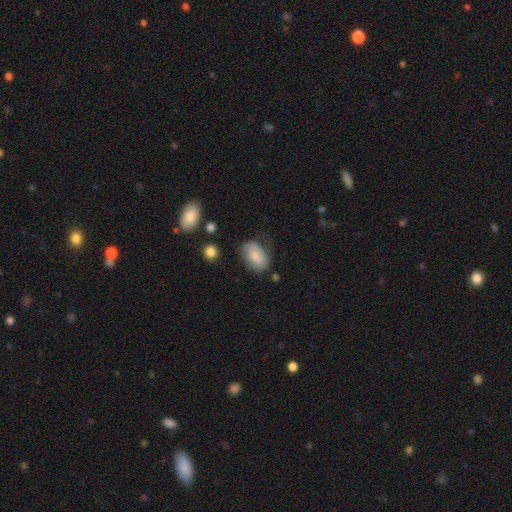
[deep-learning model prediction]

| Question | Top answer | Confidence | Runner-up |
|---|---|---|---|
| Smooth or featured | smooth | 76% | featured or disk (17%) |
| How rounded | in between | 87% | round (11%) |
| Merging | none | 67% | minor disturbance (23%) |